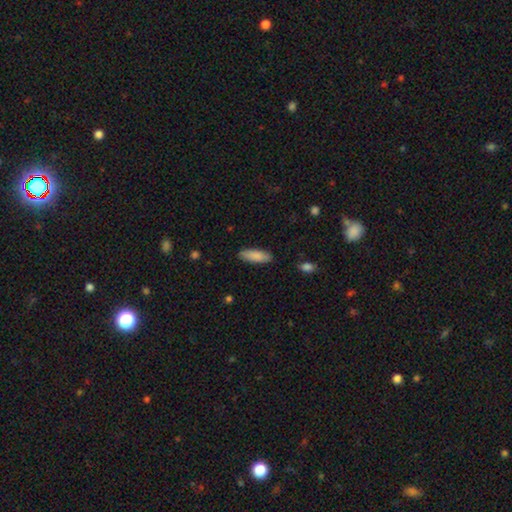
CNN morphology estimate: type=smooth (87%); roundness=in between (61%); merging=none (88%).